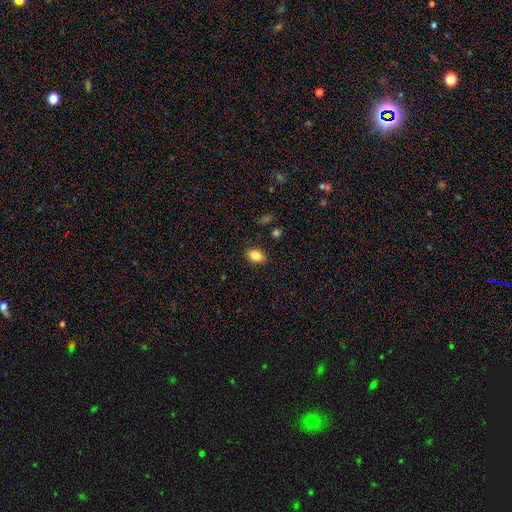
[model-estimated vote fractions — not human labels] Q: Smooth or featured?
A: smooth (85%); runner-up: star or artifact (8%)
Q: How rounded?
A: in between (82%); runner-up: round (16%)
Q: Merging?
A: none (87%); runner-up: minor disturbance (9%)